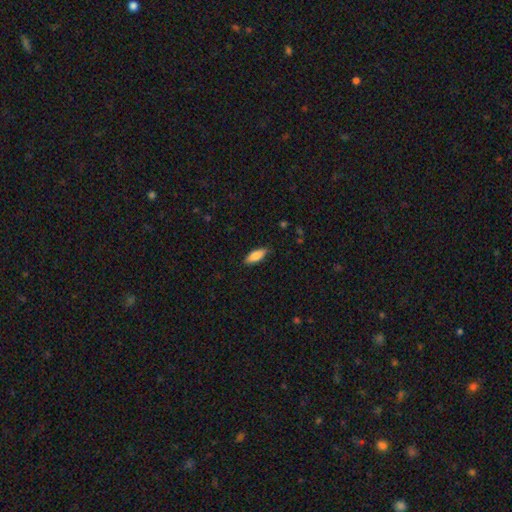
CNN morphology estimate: Smooth or featured? smooth (83%)
How rounded? in between (71%)
Merging? none (86%)